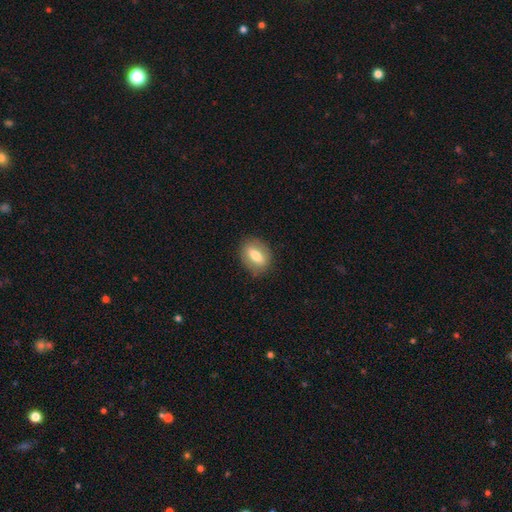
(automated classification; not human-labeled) A smooth galaxy with no disk features (67%) that is in between round and cigar-shaped (73%). Merging: none (84%).